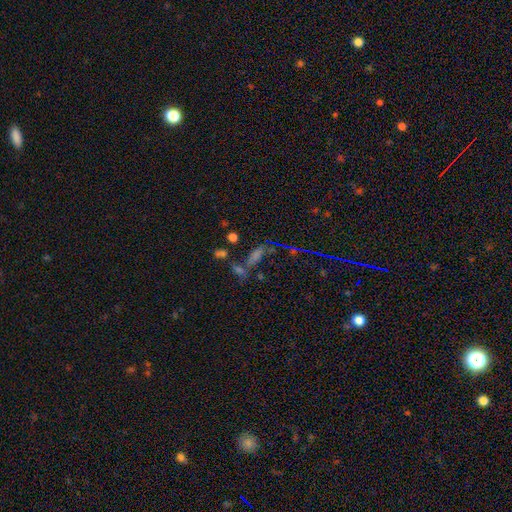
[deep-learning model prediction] A star or artifact, not a galaxy (43%).

Vote fractions:
- Smooth or featured? star or artifact: 43% / smooth: 34% / featured or disk: 22%